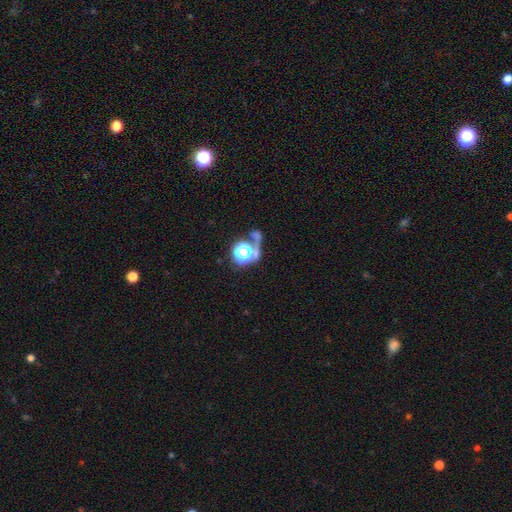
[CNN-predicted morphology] The model was most divided on "smooth or featured": star or artifact: 61%, smooth: 28%, featured or disk: 11%.